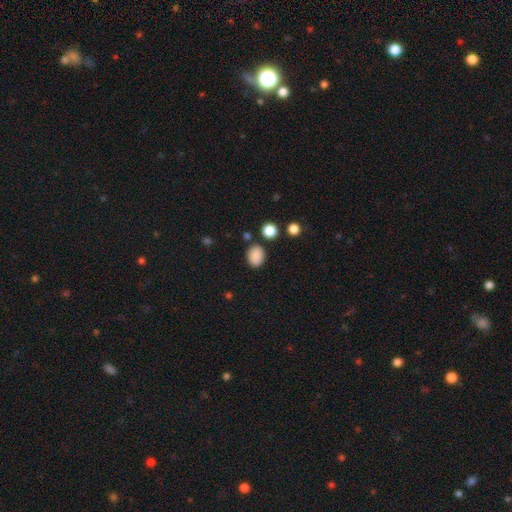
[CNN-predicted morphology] This is clearly a smooth galaxy (87%). How rounded: likely in between (65%). Merging: clearly none (81%).